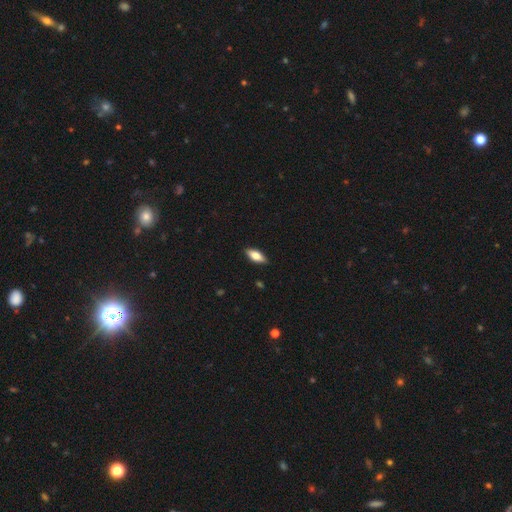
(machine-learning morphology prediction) Smooth or featured?
  - smooth: 69% *
  - featured or disk: 24%
  - star or artifact: 6%
How rounded?
  - in between: 76% *
  - cigar-shaped: 21%
  - round: 3%
Merging?
  - none: 89% *
  - minor disturbance: 8%
  - major disturbance: 2%
  - merger: 1%